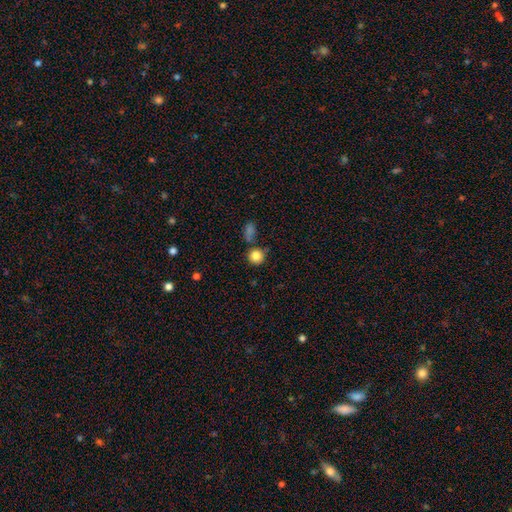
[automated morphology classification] This is clearly a smooth galaxy (84%). How rounded: clearly round (91%). Merging: likely none (72%).